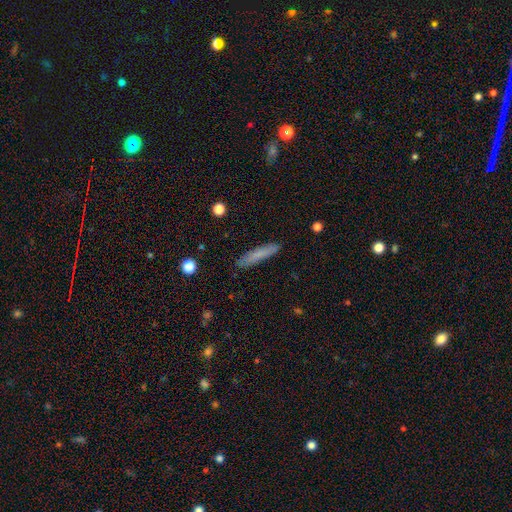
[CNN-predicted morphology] A smooth galaxy with no disk features (77%) that is cigar-shaped (91%). Merging: none (87%).